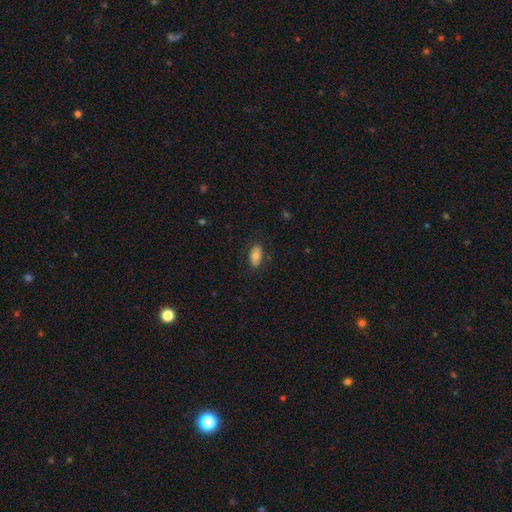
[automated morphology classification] Smooth or featured? smooth (75%)
How rounded? in between (92%)
Merging? none (83%)